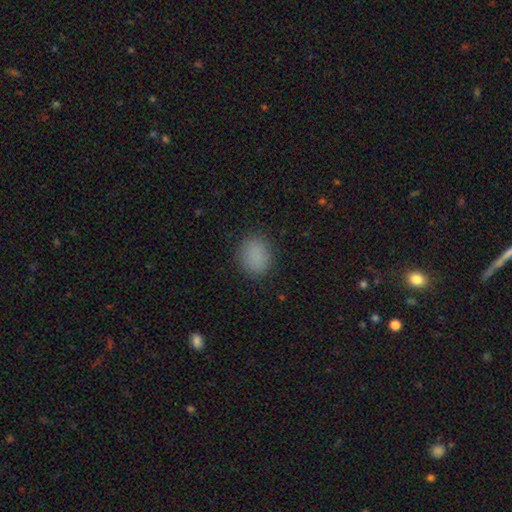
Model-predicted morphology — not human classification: Q: Smooth or featured?
A: smooth (86%); runner-up: star or artifact (11%)
Q: How rounded?
A: round (53%); runner-up: in between (46%)
Q: Merging?
A: none (86%); runner-up: minor disturbance (10%)